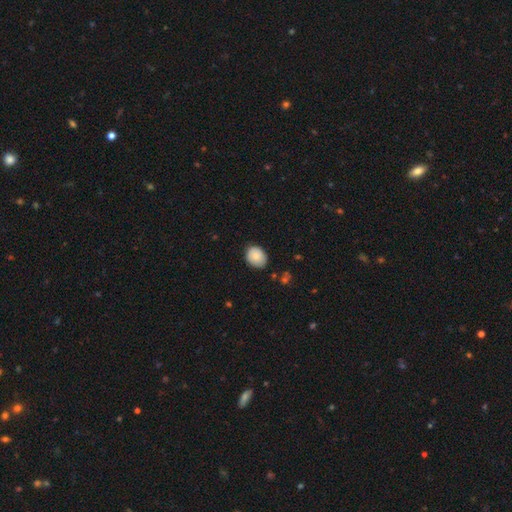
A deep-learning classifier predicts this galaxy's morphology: Q: Smooth or featured?
A: smooth (83%); runner-up: featured or disk (10%)
Q: How rounded?
A: in between (54%); runner-up: round (45%)
Q: Merging?
A: none (78%); runner-up: minor disturbance (17%)